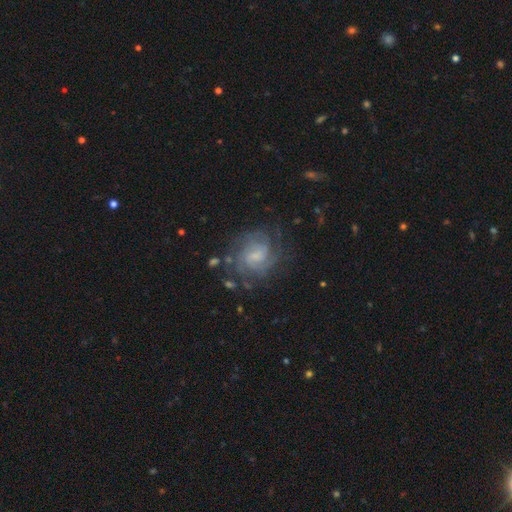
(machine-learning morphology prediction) Smooth or featured? Predicted: featured or disk (p=0.79). Edge-on disk? Predicted: no (p=0.98). Bar? Predicted: weak (p=0.50). Spiral arms? Predicted: yes (p=0.93). Spiral winding? Predicted: tight (p=0.55). Spiral arm count? Predicted: can't tell (p=0.38). Bulge size? Predicted: small (p=0.62). Merging? Predicted: none (p=0.70).